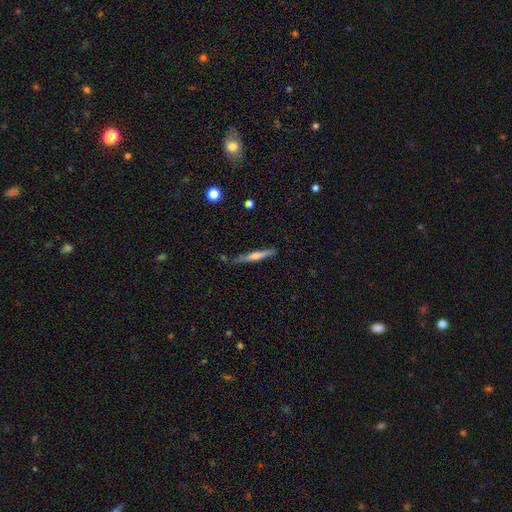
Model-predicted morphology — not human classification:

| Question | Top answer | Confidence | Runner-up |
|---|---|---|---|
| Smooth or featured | featured or disk | 56% | smooth (37%) |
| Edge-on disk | yes | 96% | no (4%) |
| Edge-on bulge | rounded | 68% | none (23%) |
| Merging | none | 83% | minor disturbance (12%) |